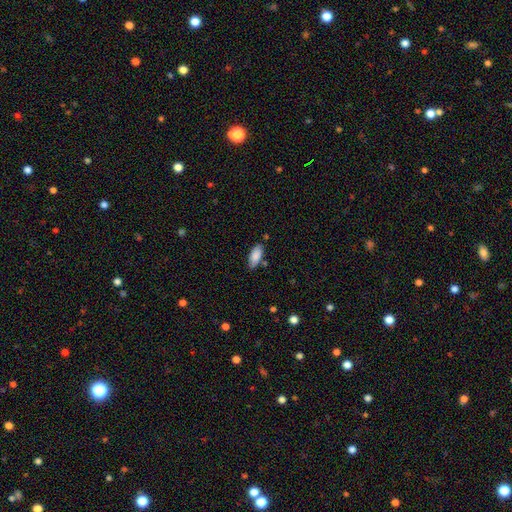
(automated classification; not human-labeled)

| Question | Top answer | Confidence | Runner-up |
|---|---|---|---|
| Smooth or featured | smooth | 86% | featured or disk (7%) |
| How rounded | in between | 86% | cigar-shaped (12%) |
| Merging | none | 76% | minor disturbance (16%) |